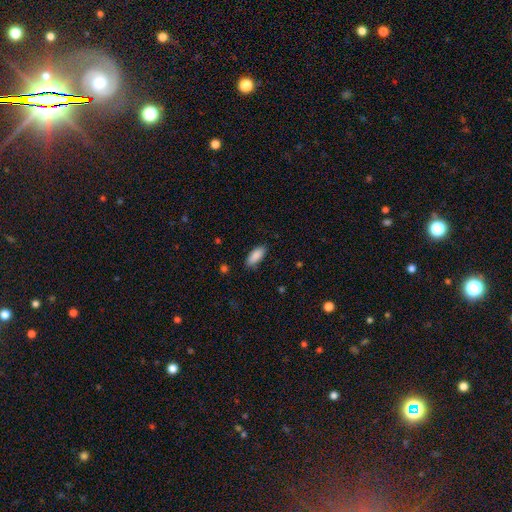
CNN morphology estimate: Overall: smooth (89%). How rounded: in between (81%). Merging: none (86%).